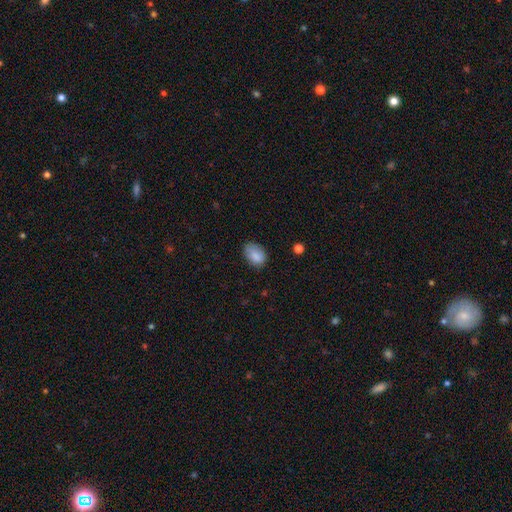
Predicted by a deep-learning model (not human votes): Smooth or featured? smooth (86%)
How rounded? in between (83%)
Merging? none (70%)